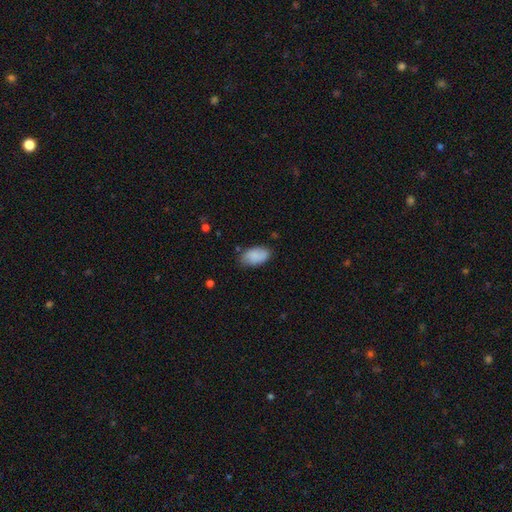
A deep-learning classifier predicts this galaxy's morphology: smooth_or_featured: smooth (p=0.87) [alt: star or artifact p=0.06]
how_rounded: in between (p=0.94) [alt: round p=0.04]
merging: none (p=0.76) [alt: minor disturbance p=0.18]